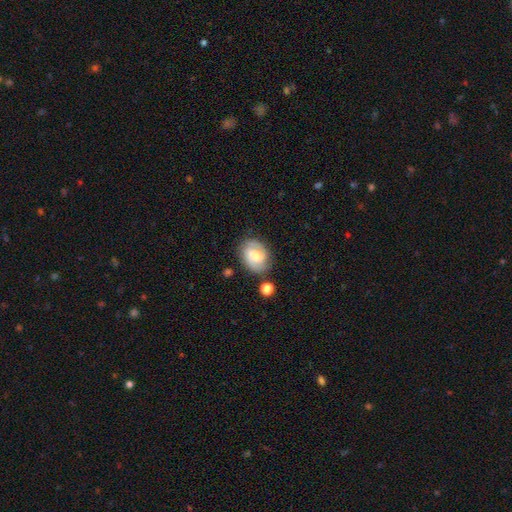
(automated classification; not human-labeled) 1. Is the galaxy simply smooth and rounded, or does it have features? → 53% featured or disk, 40% smooth, 8% star or artifact.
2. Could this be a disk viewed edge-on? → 96% no, 4% yes.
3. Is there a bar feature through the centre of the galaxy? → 52% weak, 30% no, 18% strong.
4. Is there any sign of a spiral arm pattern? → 80% yes, 20% no.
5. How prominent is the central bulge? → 60% moderate, 25% small, 11% large, 3% none, 2% dominant.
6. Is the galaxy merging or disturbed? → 74% none, 17% minor disturbance, 5% major disturbance, 4% merger.